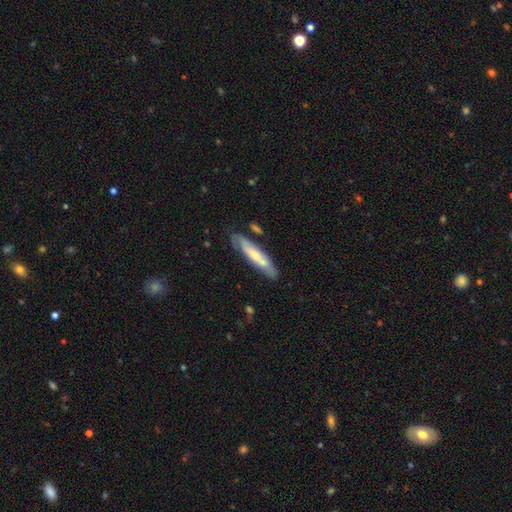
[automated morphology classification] Overall: featured or disk (50%; smooth 44%). Edge-on disk: yes (59%; no 41%). Merging: none (74%).